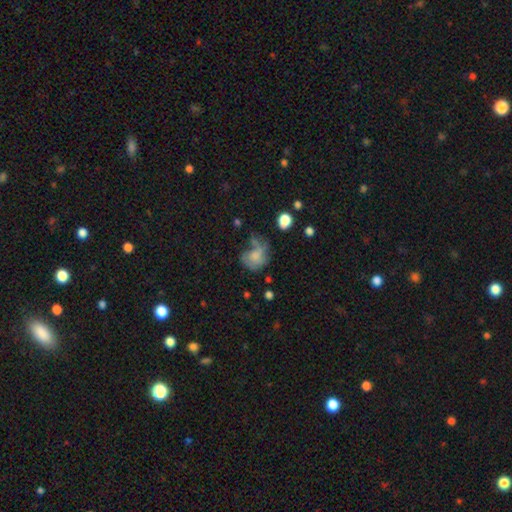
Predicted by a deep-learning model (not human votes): Overall: smooth (60%; featured or disk 29%). How rounded: round (54%; in between 45%). Merging: none (32%; major disturbance 31%).